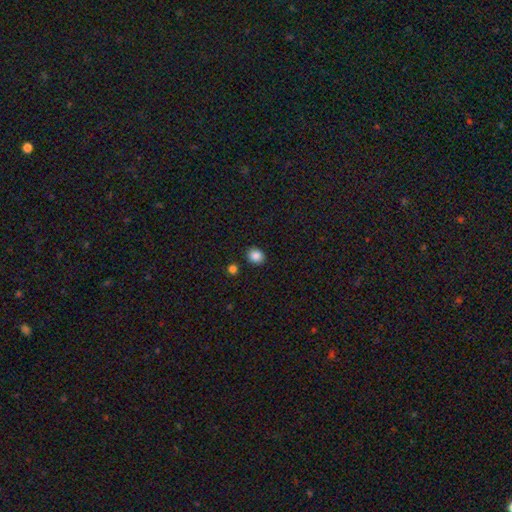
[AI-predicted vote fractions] Smooth or featured?
  - smooth: 86% *
  - star or artifact: 10%
  - featured or disk: 4%
How rounded?
  - round: 73% *
  - in between: 26%
  - cigar-shaped: 1%
Merging?
  - none: 88% *
  - minor disturbance: 7%
  - merger: 3%
  - major disturbance: 2%